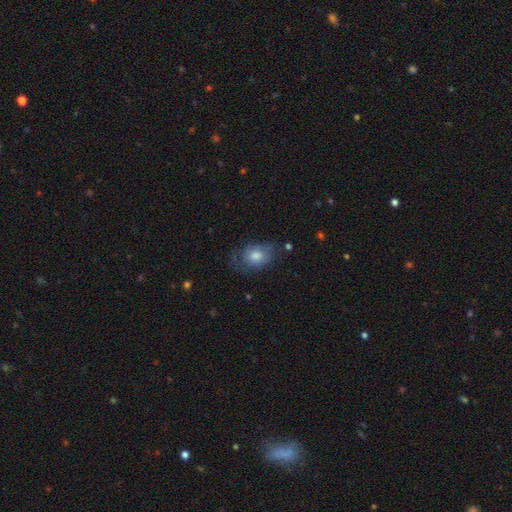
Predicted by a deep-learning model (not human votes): This is likely a smooth galaxy (68%). How rounded: likely in between (69%). Merging: likely none (61%).